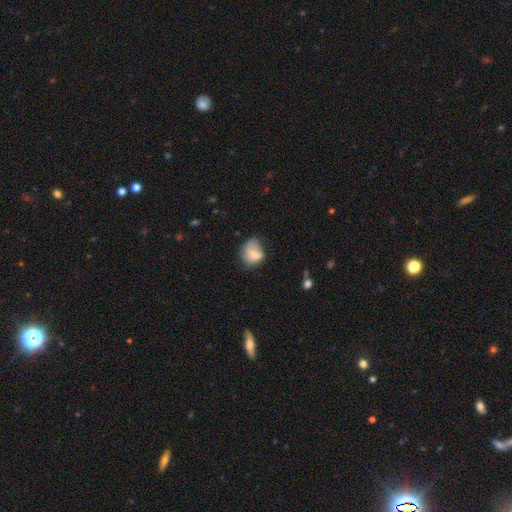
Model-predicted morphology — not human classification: smooth-or-featured: smooth: 71% | featured or disk: 20% | star or artifact: 9%
  how-rounded: in between: 56% | round: 44% | cigar-shaped: 1%
  merging: none: 36% (tied) | minor disturbance: 36% (tied) | major disturbance: 20% | merger: 8%